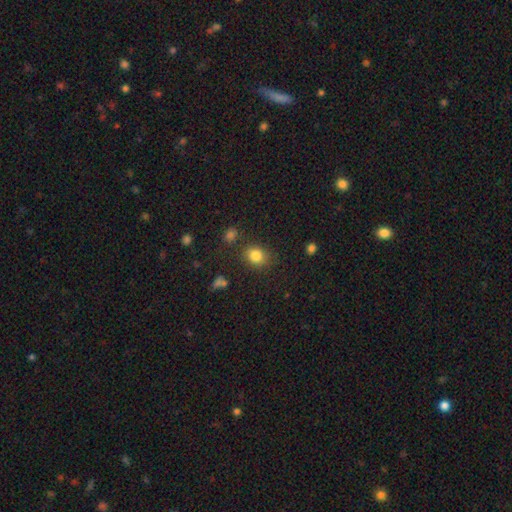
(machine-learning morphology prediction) The model was most divided on "how rounded": round: 61%, in between: 38%, cigar-shaped: 1%. More confident: smooth or featured — smooth (83%); merging — none (81%).